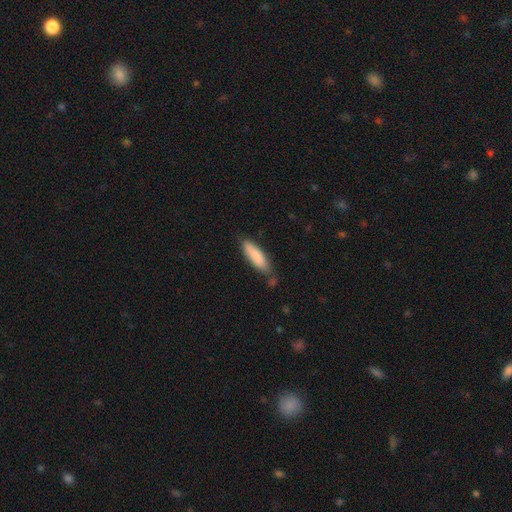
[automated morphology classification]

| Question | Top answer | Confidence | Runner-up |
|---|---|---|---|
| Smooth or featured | smooth | 84% | featured or disk (10%) |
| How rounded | cigar-shaped | 61% | in between (38%) |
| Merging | none | 69% | minor disturbance (21%) |